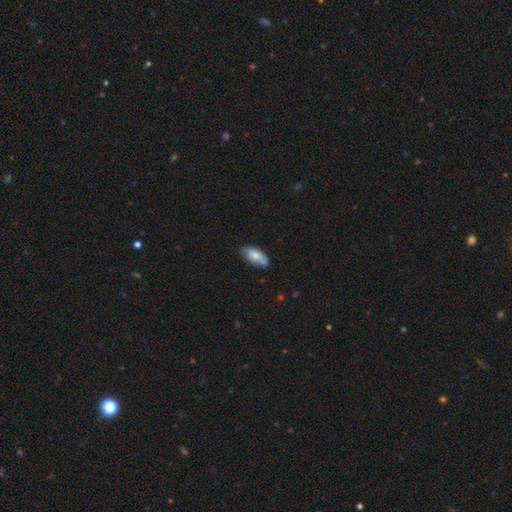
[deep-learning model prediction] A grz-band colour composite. It shows a smooth galaxy with no disk features (72%) that is in between round and cigar-shaped (90%). Merging: none (62%).